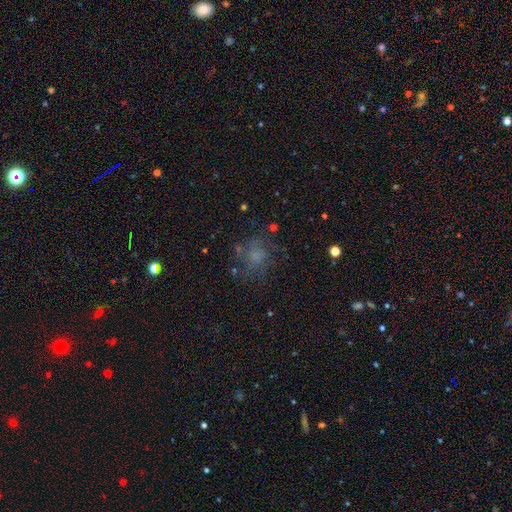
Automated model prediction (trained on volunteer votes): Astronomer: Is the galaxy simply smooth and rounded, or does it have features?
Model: smooth — 49% (runner-up: featured or disk, 30%).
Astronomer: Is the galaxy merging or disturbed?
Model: none — 63%.